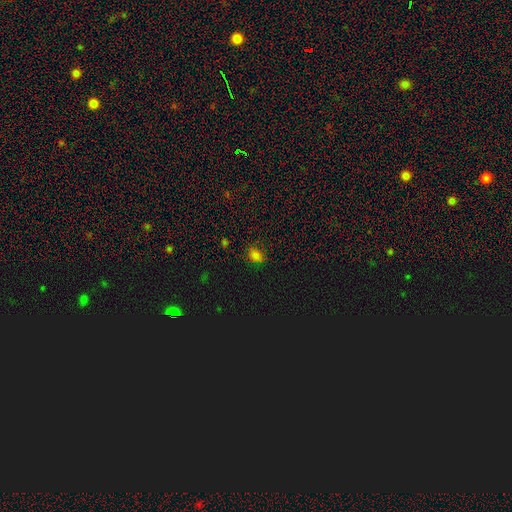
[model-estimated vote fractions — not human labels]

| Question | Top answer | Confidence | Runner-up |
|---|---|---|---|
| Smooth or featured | smooth | 66% | star or artifact (28%) |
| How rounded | in between | 71% | round (28%) |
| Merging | none | 74% | minor disturbance (19%) |